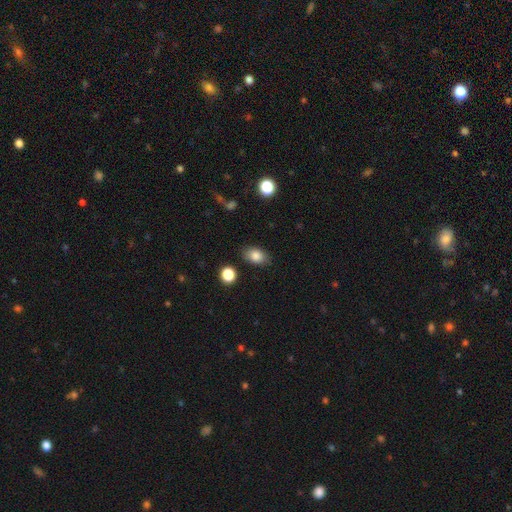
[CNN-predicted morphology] Smooth or featured? smooth (84%)
How rounded? in between (83%)
Merging? none (83%)